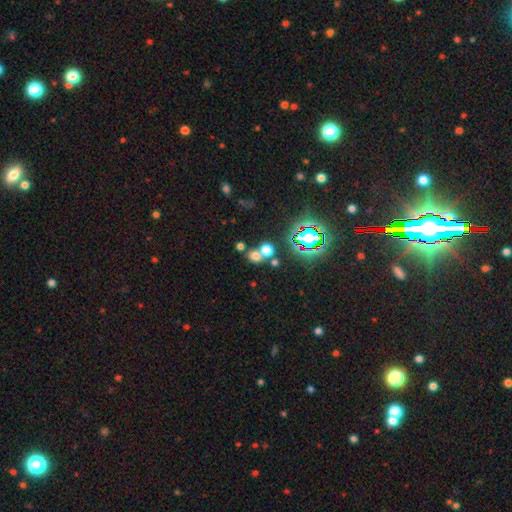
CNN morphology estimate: This appears to be a smooth galaxy with no disk features (61%) that is round (74%). Merging: none (52%).